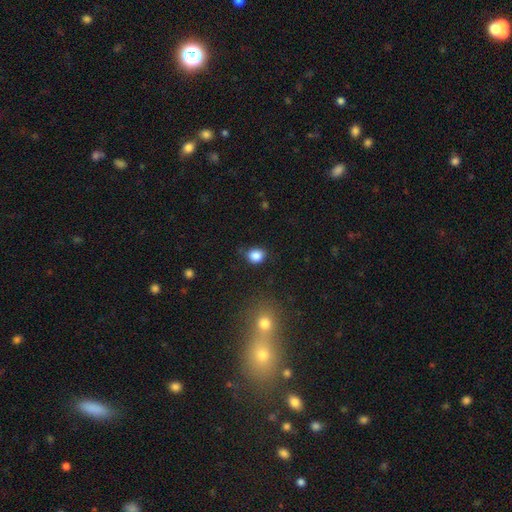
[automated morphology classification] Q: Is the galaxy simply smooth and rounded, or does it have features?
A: smooth — 86%.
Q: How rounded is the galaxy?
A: round — 67%.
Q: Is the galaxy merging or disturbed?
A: none — 79%.